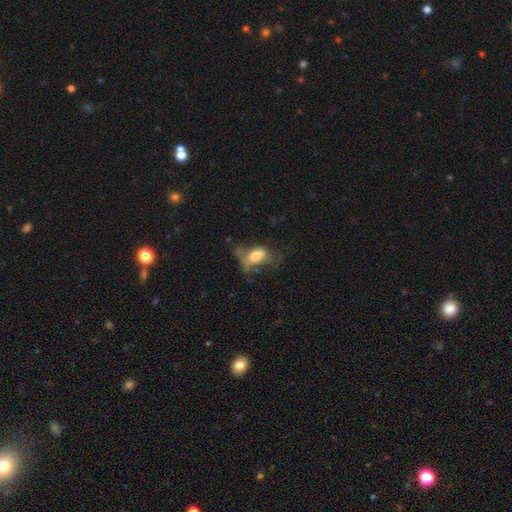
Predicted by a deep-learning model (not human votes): Smooth or featured?
  - smooth: 61% *
  - featured or disk: 29%
  - star or artifact: 10%
How rounded?
  - in between: 85% *
  - round: 12%
  - cigar-shaped: 4%
Merging?
  - major disturbance: 49% *
  - none: 23%
  - minor disturbance: 23%
  - merger: 6%